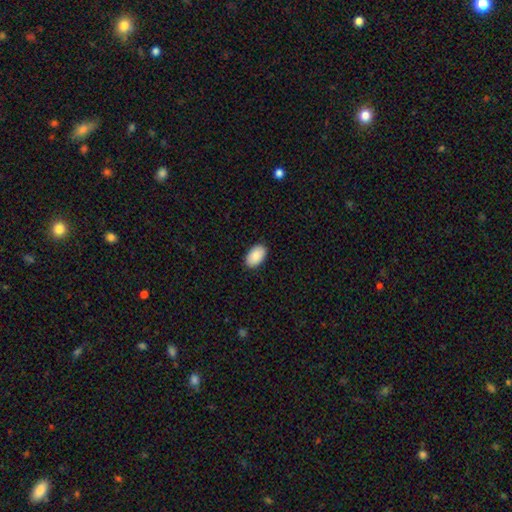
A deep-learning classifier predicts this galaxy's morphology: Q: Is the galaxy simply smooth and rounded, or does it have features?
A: smooth — 89%.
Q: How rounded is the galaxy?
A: in between — 94%.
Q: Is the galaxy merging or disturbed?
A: none — 89%.